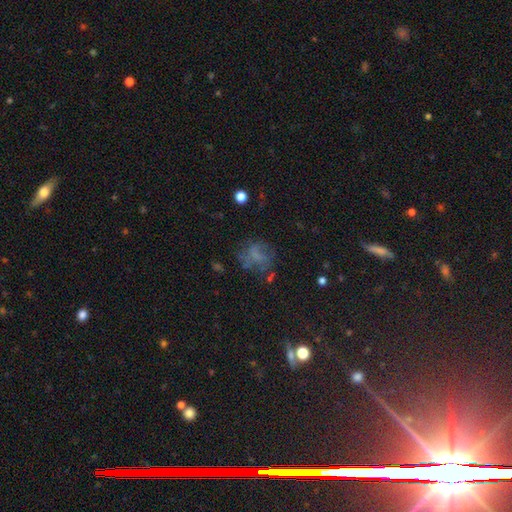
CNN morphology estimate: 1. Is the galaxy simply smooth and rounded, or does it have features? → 42% smooth, 36% featured or disk, 22% star or artifact.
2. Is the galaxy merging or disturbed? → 51% none, 23% major disturbance, 20% minor disturbance, 5% merger.